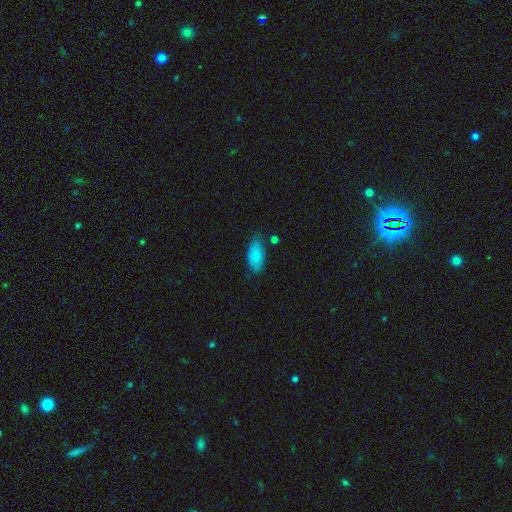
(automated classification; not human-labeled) Morphology: type=smooth (85%); roundness=in between (91%); merging=none (70%).